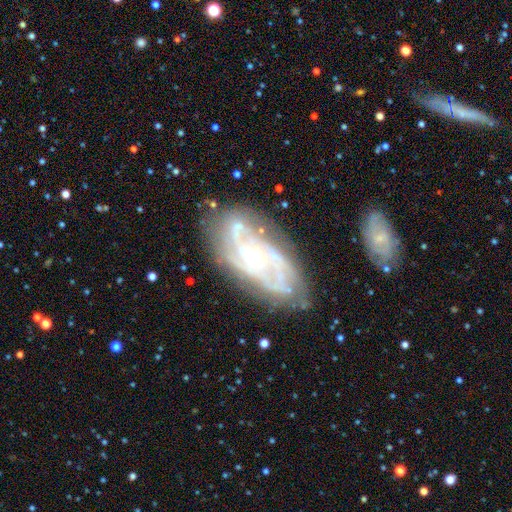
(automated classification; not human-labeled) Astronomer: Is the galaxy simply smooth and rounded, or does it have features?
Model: featured or disk — 85%.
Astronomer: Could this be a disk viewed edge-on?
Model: no — 93%.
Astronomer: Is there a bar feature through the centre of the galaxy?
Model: no — 70%.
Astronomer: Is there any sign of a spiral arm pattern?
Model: yes — 93%.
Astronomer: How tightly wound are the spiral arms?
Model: tight — 58%.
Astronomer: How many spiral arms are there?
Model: can't tell — 32% (runner-up: 2, 26%).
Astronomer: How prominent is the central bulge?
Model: small — 66%.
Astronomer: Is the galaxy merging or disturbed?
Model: none — 71%.